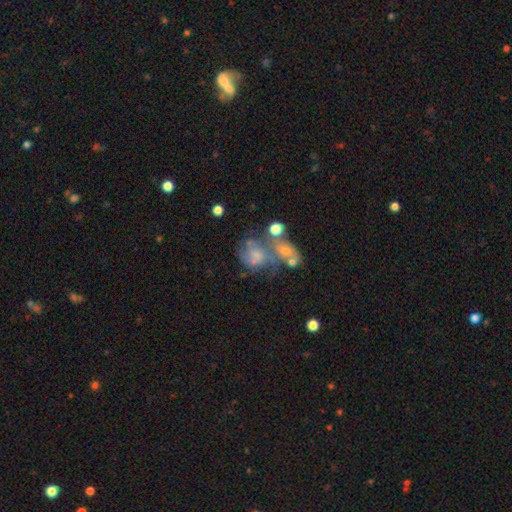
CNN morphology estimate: The model was most divided on "smooth or featured": smooth: 47%, featured or disk: 41%, star or artifact: 13%. Remaining: merging — merger (43%).